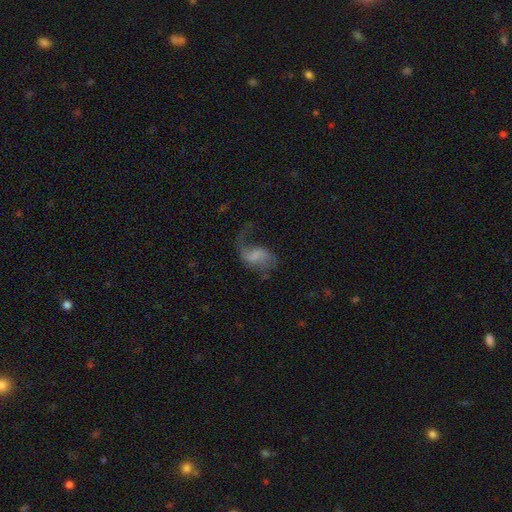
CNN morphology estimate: Smooth or featured? featured or disk (67%)
Edge-on disk? no (97%)
Bar? weak (46%)
Spiral arms? yes (88%)
Spiral winding? loose (79%)
Spiral arm count? 2 (63%)
Bulge size? none (55%)
Merging? major disturbance (41%)